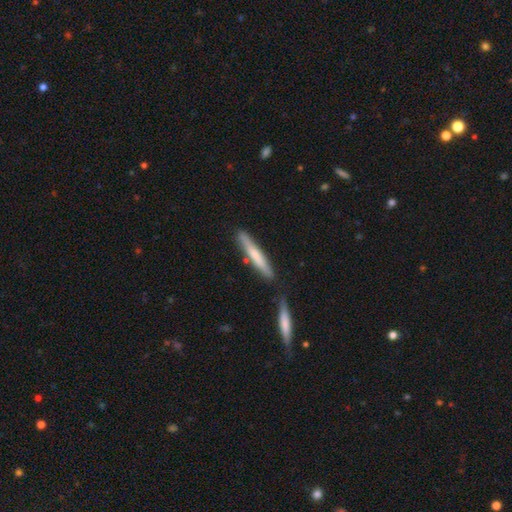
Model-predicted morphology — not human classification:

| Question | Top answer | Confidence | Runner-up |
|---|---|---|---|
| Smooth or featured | smooth | 62% | featured or disk (33%) |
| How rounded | cigar-shaped | 94% | in between (5%) |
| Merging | none | 77% | minor disturbance (12%) |